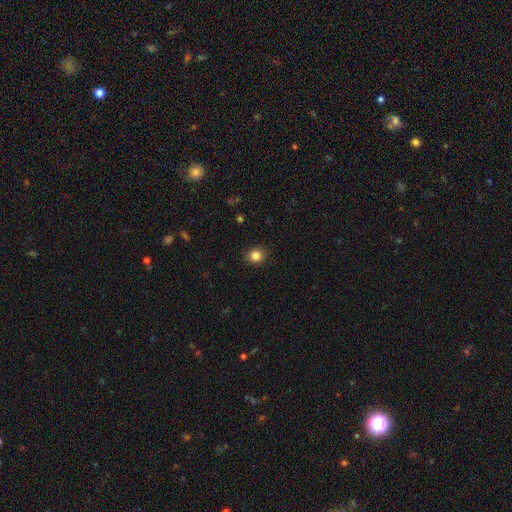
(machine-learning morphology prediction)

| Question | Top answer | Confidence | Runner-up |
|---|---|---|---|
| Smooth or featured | smooth | 84% | star or artifact (11%) |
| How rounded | round | 80% | in between (19%) |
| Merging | none | 90% | minor disturbance (7%) |